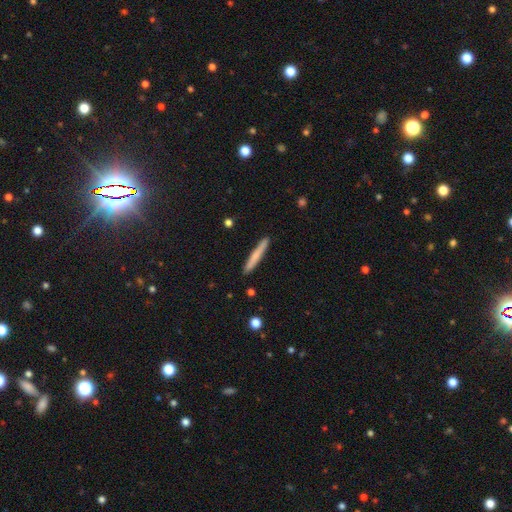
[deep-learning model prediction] A smooth galaxy with no disk features (70%) that is cigar-shaped (96%).

Vote fractions:
- Smooth or featured? smooth: 70% / featured or disk: 24% / star or artifact: 6%
- How rounded? cigar-shaped: 96% / in between: 3% / round: 1%
- Merging? none: 90% / minor disturbance: 7% / major disturbance: 1% / merger: 1%